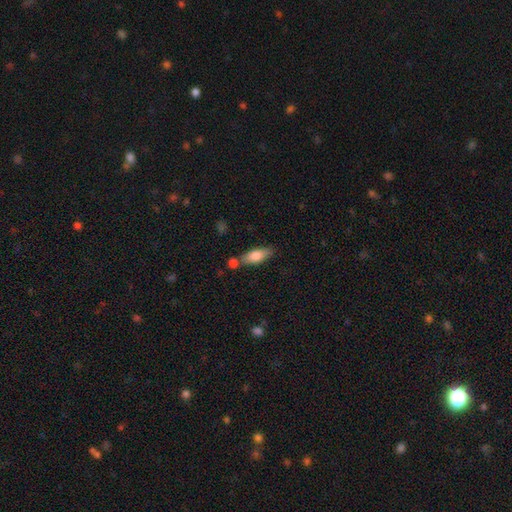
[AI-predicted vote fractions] Smooth or featured? smooth (75%)
How rounded? in between (69%)
Merging? none (66%)